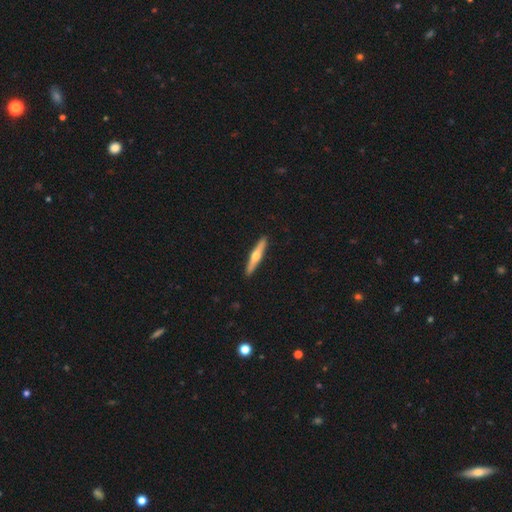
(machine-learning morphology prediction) This appears to be a featured or disk galaxy (58%) viewed edge-on (96%) with a rounded central bulge (93%). Merging: none (92%).